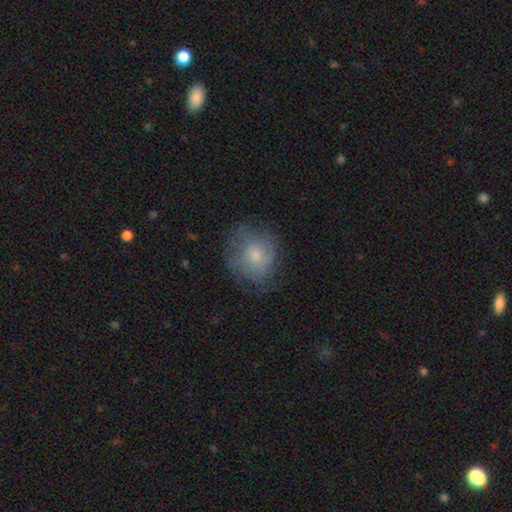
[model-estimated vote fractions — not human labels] Smooth or featured?
  - smooth: 54% *
  - featured or disk: 37%
  - star or artifact: 9%
How rounded?
  - round: 68% *
  - in between: 31%
  - cigar-shaped: 1%
Merging?
  - none: 62% *
  - minor disturbance: 24%
  - major disturbance: 13%
  - merger: 1%